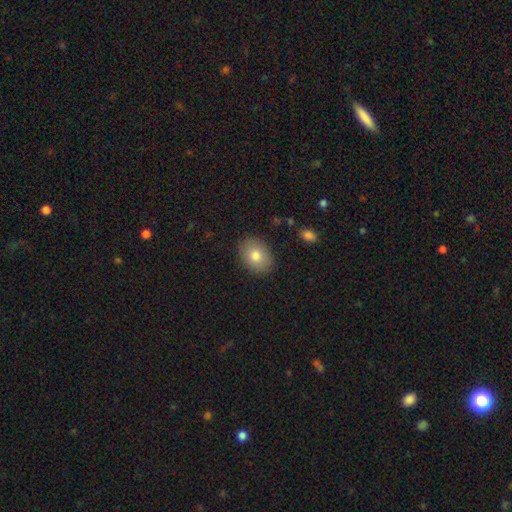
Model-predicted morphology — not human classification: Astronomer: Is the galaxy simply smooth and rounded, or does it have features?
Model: smooth — 80%.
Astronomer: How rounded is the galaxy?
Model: in between — 72%.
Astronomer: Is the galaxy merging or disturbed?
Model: none — 87%.